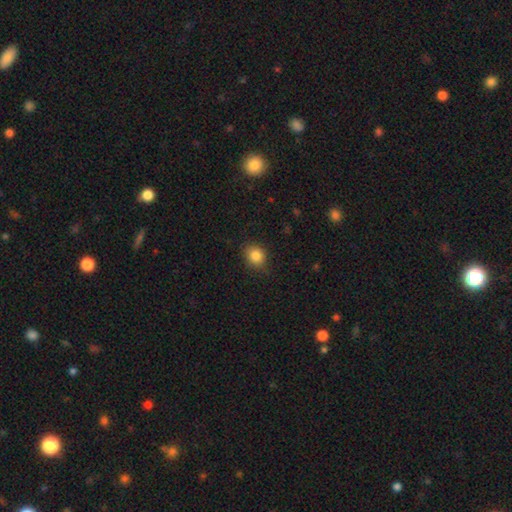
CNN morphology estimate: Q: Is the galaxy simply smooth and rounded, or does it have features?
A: smooth — 85%.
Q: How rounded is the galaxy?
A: round — 64%.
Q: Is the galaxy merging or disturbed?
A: none — 83%.